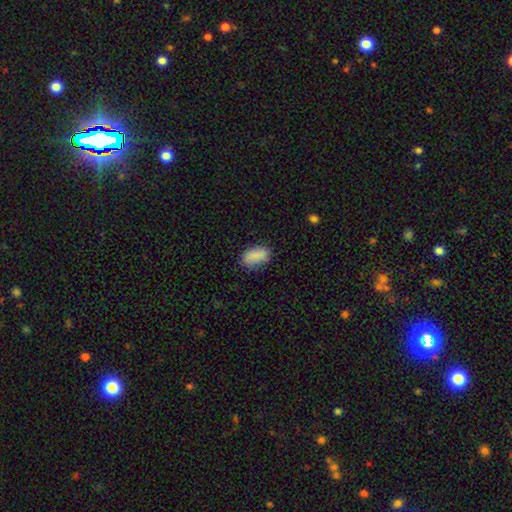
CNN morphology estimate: Smooth or featured? smooth (85%)
How rounded? in between (90%)
Merging? none (73%)